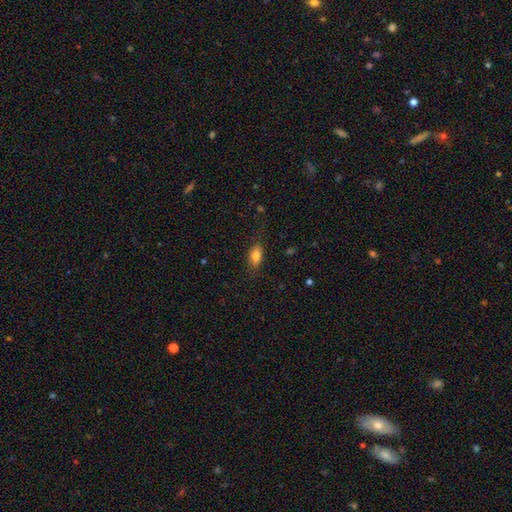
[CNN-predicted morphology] Smooth or featured?
  - smooth: 79% *
  - featured or disk: 12%
  - star or artifact: 9%
How rounded?
  - in between: 85% *
  - cigar-shaped: 8%
  - round: 7%
Merging?
  - none: 80% *
  - minor disturbance: 15%
  - major disturbance: 4%
  - merger: 1%